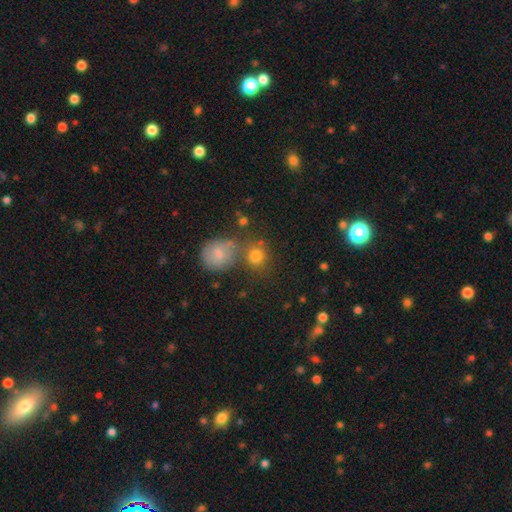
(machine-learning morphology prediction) Smooth or featured? smooth (77%)
How rounded? round (83%)
Merging? none (61%)